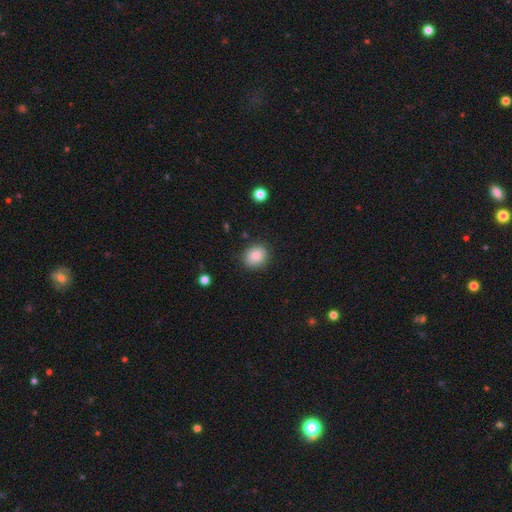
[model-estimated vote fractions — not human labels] This is clearly a smooth galaxy (86%). How rounded: likely round (66%). Merging: clearly none (87%).